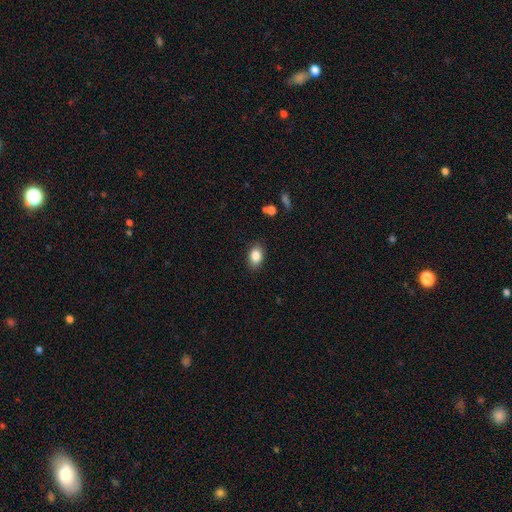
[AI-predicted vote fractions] Smooth or featured? smooth (86%)
How rounded? in between (80%)
Merging? none (86%)